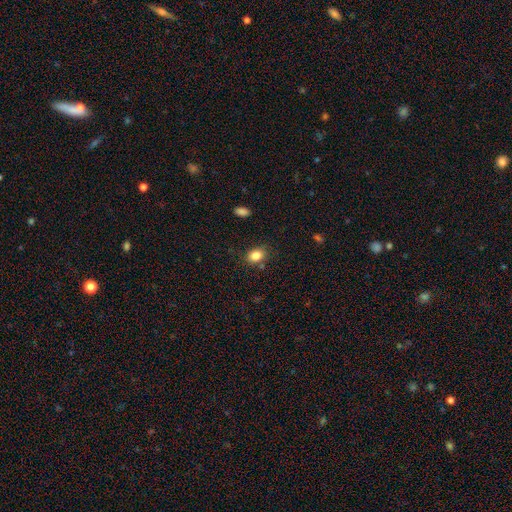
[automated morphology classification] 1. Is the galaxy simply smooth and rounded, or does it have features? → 84% smooth, 10% star or artifact, 6% featured or disk.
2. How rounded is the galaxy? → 69% in between, 30% round, 1% cigar-shaped.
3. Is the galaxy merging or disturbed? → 78% none, 14% minor disturbance, 4% merger, 4% major disturbance.